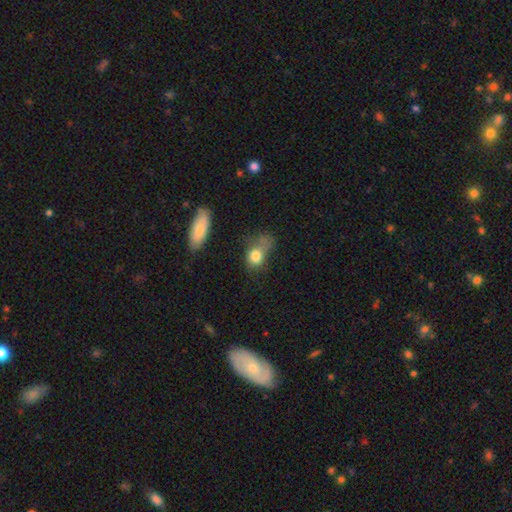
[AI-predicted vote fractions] smooth-or-featured: smooth: 77% | featured or disk: 13% | star or artifact: 10%
  how-rounded: in between: 54% | round: 43% | cigar-shaped: 3%
  merging: major disturbance: 31% (tied) | none: 31% (tied) | minor disturbance: 24% | merger: 13%